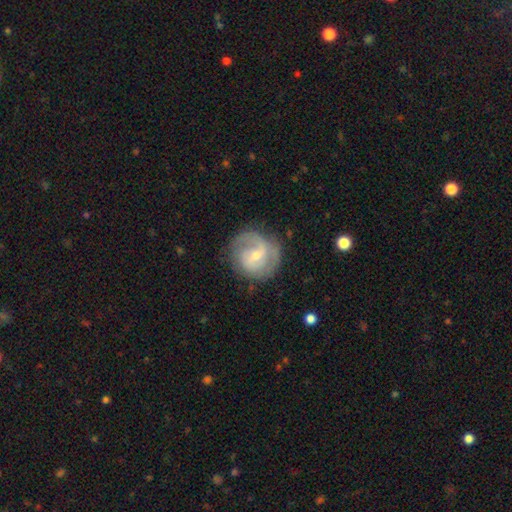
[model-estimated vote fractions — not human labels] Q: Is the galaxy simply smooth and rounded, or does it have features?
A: featured or disk — 73%.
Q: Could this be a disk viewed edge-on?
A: no — 98%.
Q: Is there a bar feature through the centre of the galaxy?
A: weak — 51%.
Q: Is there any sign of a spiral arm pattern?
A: yes — 89%.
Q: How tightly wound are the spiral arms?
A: medium — 44%.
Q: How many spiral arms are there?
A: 2 — 61%.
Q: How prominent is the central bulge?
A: small — 58%.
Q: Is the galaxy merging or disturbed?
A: none — 71%.